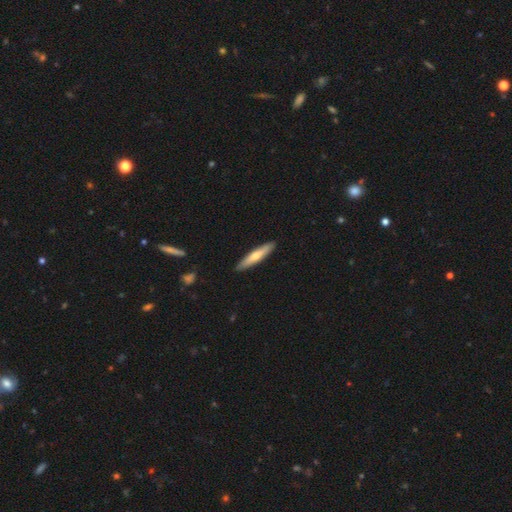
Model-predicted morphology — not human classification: Smooth or featured: smooth — 56% (featured or disk — 39%)
How rounded: cigar-shaped — 88% (in between — 10%)
Merging: none — 90% (minor disturbance — 7%)